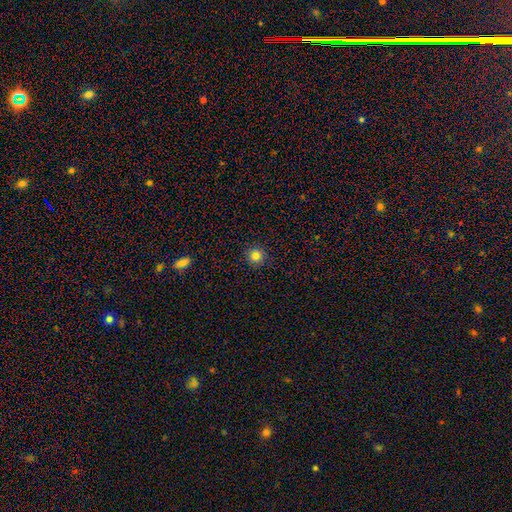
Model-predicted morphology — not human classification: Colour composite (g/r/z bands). It shows a smooth galaxy with no disk features (80%) that is round (95%). Merging: none (92%).